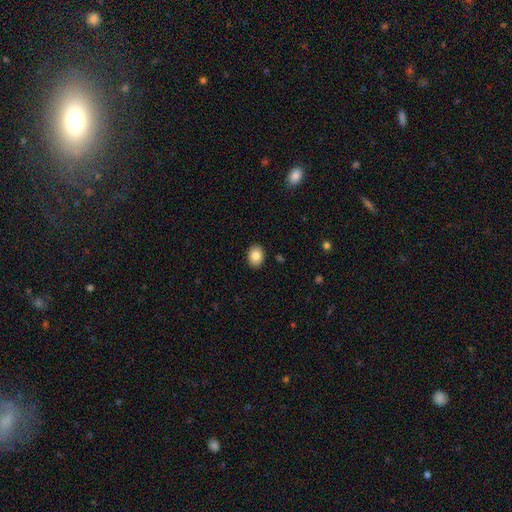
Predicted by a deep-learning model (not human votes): Morphology: type=smooth (85%); roundness=in between (63%); merging=none (90%).